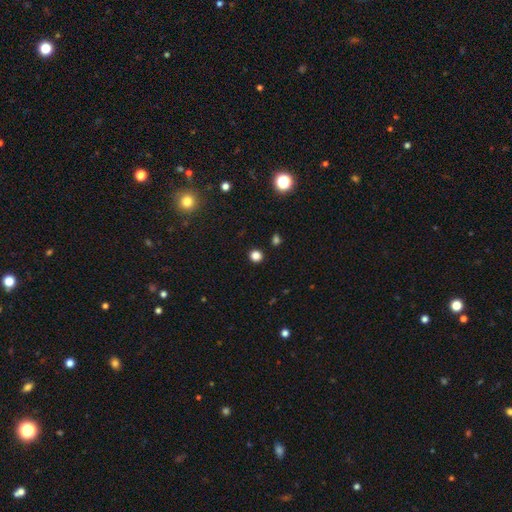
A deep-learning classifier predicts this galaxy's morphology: Smooth or featured: smooth — 81% (star or artifact — 16%)
How rounded: round — 90% (in between — 9%)
Merging: none — 91% (minor disturbance — 5%)